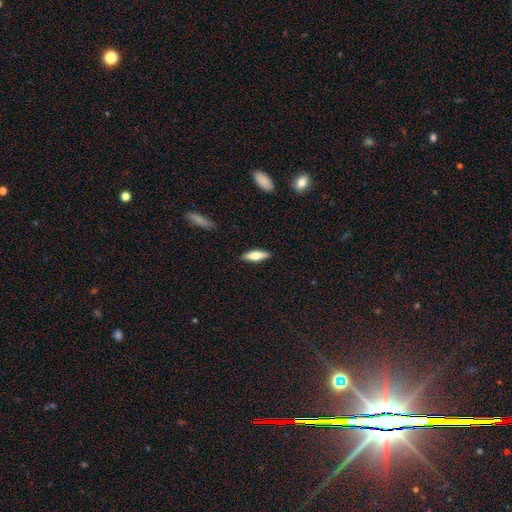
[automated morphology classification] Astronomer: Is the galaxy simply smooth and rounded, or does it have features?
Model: smooth — 63%.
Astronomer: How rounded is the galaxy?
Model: in between — 51% (runner-up: cigar-shaped, 46%).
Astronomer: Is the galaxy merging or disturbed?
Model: none — 88%.